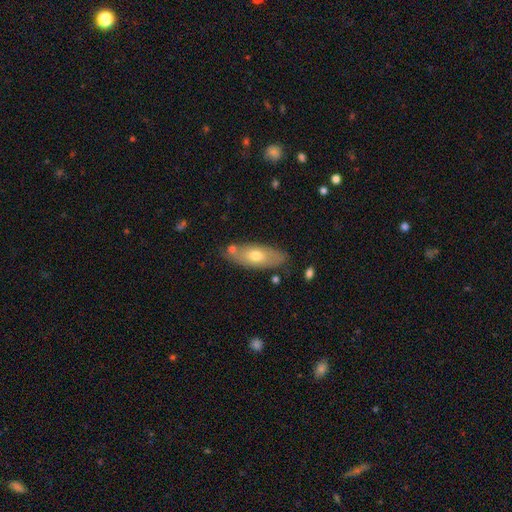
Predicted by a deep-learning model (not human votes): Overall: smooth (62%; featured or disk 31%). How rounded: in between (79%). Merging: none (74%).